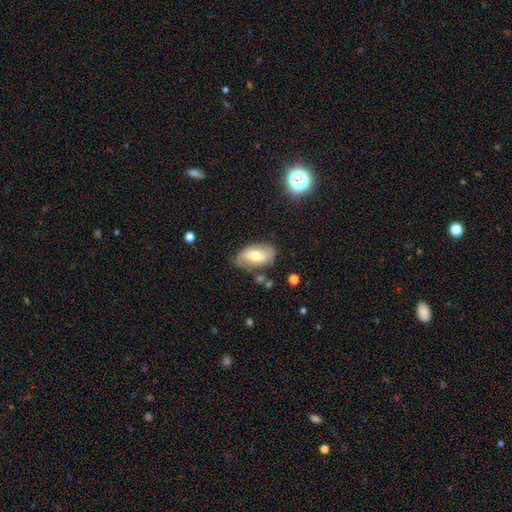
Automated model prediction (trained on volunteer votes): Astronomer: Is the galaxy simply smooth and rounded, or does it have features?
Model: smooth — 53% (runner-up: featured or disk, 40%).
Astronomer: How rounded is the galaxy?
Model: in between — 92%.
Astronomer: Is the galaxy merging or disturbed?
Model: none — 69%.